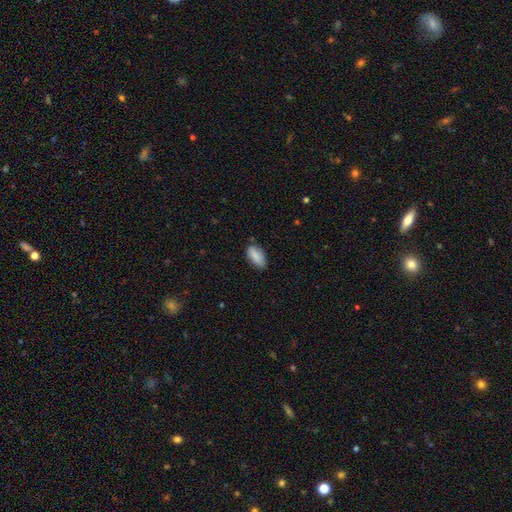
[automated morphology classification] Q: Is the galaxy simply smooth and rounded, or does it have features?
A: smooth — 87%.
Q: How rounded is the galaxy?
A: in between — 91%.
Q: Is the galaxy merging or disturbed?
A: none — 76%.